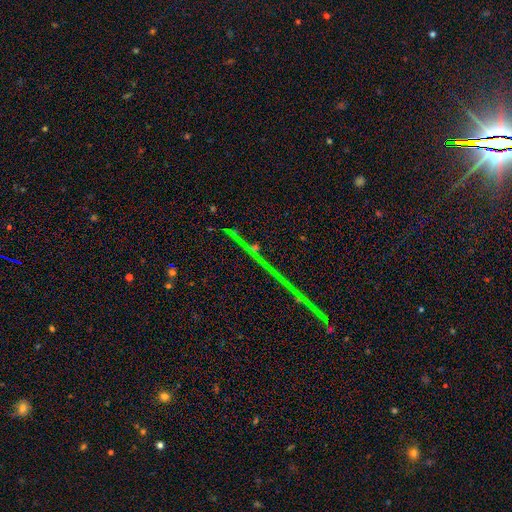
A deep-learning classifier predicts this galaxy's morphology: This is likely a star or artifact rather than a galaxy (80%).